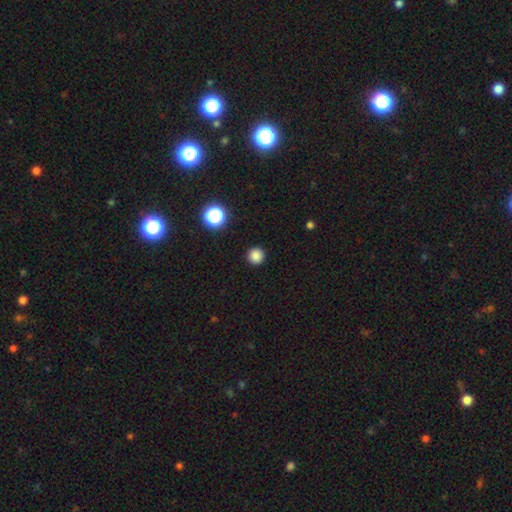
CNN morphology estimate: smooth-or-featured: smooth: 84% | star or artifact: 13% | featured or disk: 3%
  how-rounded: round: 96% | in between: 3% | cigar-shaped: 1%
  merging: none: 93% | minor disturbance: 4% | major disturbance: 2% | merger: 1%